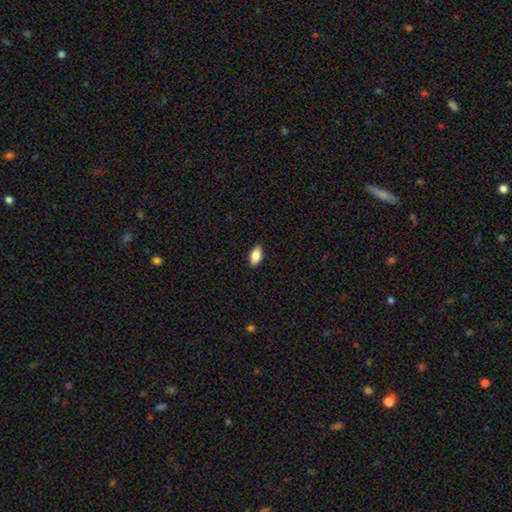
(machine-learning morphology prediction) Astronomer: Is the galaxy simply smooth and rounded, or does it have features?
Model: smooth — 83%.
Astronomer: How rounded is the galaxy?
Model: in between — 92%.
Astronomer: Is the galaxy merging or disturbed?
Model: none — 89%.